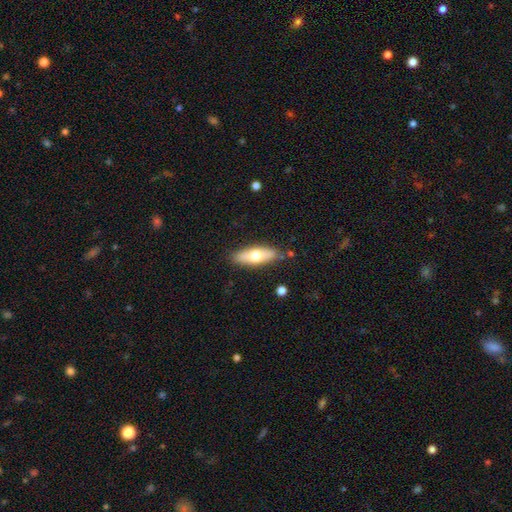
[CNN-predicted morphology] smooth_or_featured: smooth (p=0.60) [alt: featured or disk p=0.34]
how_rounded: in between (p=0.60) [alt: cigar-shaped p=0.37]
merging: none (p=0.83) [alt: minor disturbance p=0.12]